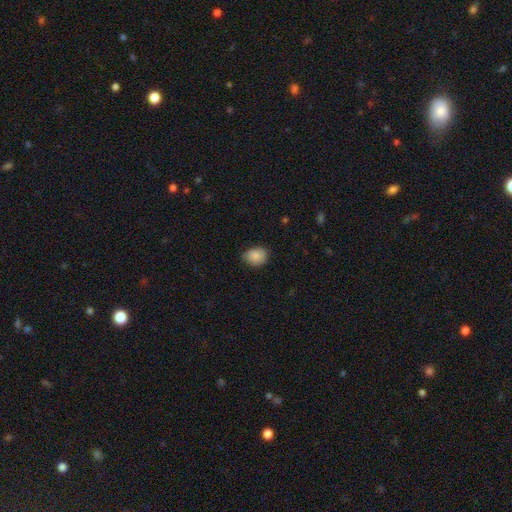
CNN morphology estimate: Smooth or featured? smooth (83%)
How rounded? round (54%)
Merging? none (71%)